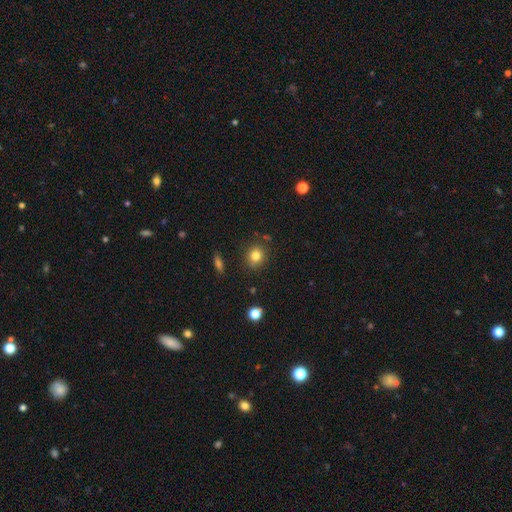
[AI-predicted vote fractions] smooth_or_featured: smooth (p=0.81) [alt: star or artifact p=0.12]
how_rounded: round (p=0.73) [alt: in between p=0.26]
merging: none (p=0.82) [alt: minor disturbance p=0.12]